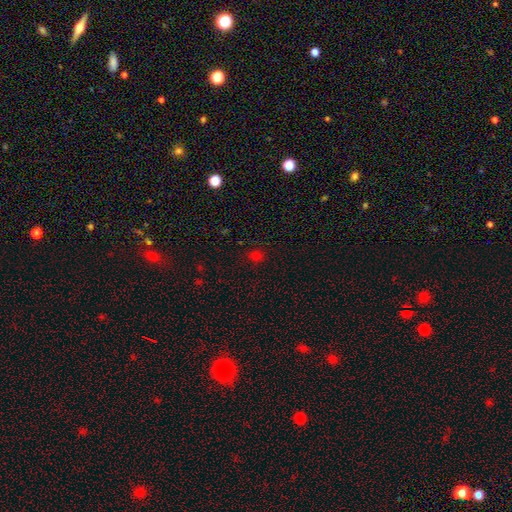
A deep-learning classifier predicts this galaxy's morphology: Q: Smooth or featured?
A: smooth (69%); runner-up: star or artifact (27%)
Q: How rounded?
A: round (59%); runner-up: in between (40%)
Q: Merging?
A: none (82%); runner-up: minor disturbance (12%)